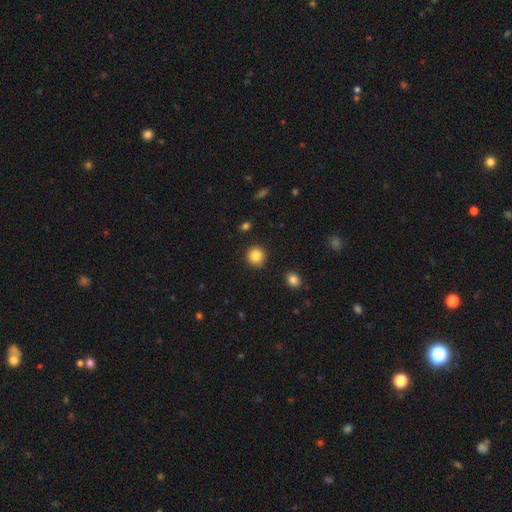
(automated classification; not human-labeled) smooth 85%, star or artifact 10%, featured or disk 6%. Down the decision tree: how rounded — round (92%); merging — none (91%).